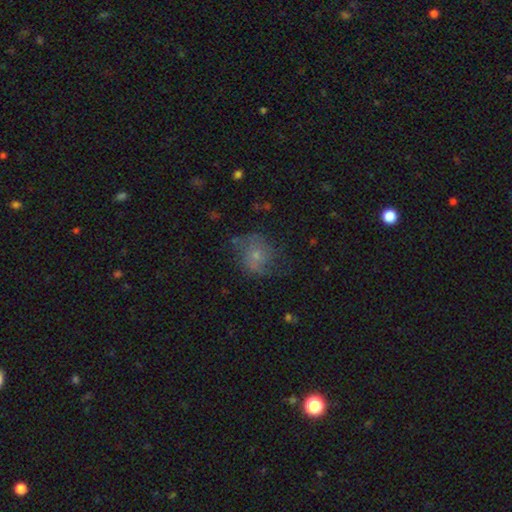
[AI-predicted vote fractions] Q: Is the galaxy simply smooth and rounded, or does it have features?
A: featured or disk — 51%.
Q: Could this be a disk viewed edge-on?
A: no — 97%.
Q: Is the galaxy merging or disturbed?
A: none — 59%.